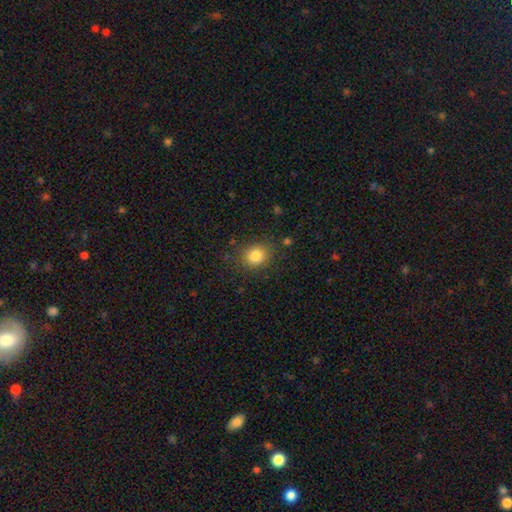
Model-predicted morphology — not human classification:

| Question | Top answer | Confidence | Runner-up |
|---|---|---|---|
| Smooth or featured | smooth | 83% | star or artifact (11%) |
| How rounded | round | 68% | in between (31%) |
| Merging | none | 84% | minor disturbance (11%) |